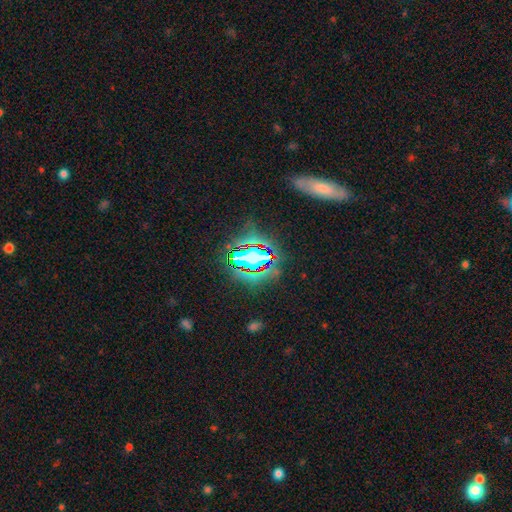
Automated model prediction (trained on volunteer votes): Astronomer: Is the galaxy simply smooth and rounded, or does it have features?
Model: star or artifact — 74%.